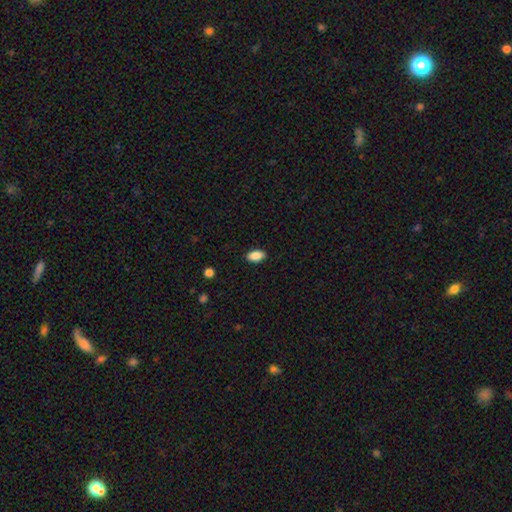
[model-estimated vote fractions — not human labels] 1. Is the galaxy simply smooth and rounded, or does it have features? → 88% smooth, 8% star or artifact, 4% featured or disk.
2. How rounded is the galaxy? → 92% in between, 5% round, 3% cigar-shaped.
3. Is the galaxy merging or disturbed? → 89% none, 8% minor disturbance, 2% major disturbance, 1% merger.